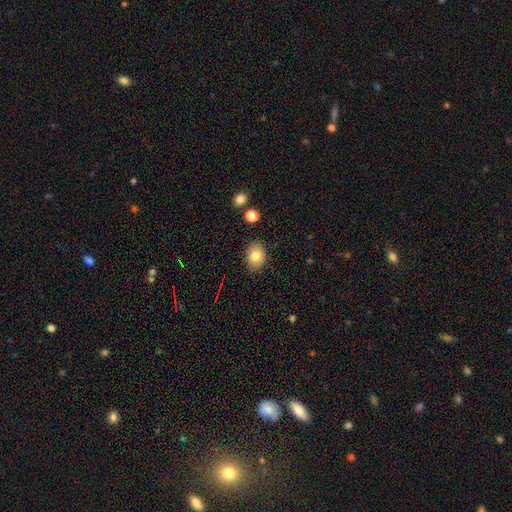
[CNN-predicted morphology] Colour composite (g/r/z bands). It shows a smooth galaxy with no disk features (81%) that is in between round and cigar-shaped (60%). Merging: none (85%).